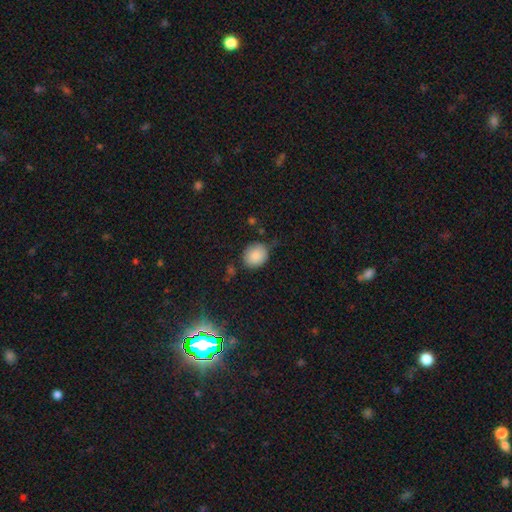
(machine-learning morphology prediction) smooth-or-featured: smooth: 86% | star or artifact: 8% | featured or disk: 6%
  how-rounded: round: 71% | in between: 28% | cigar-shaped: 1%
  merging: none: 72% | minor disturbance: 20% | major disturbance: 4% | merger: 3%